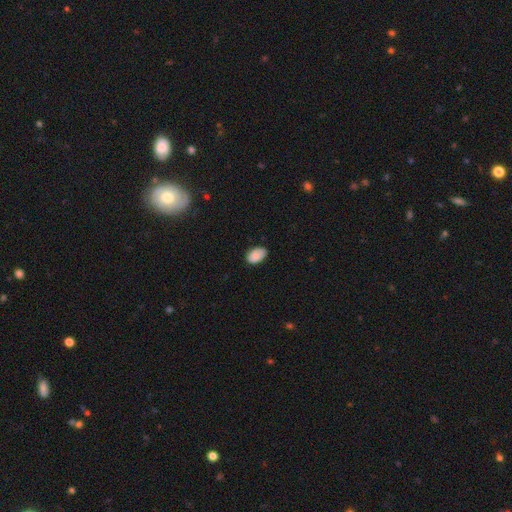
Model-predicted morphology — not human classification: smooth 83%, featured or disk 10%, star or artifact 7%. Down the decision tree: how rounded — in between (89%); merging — none (78%).